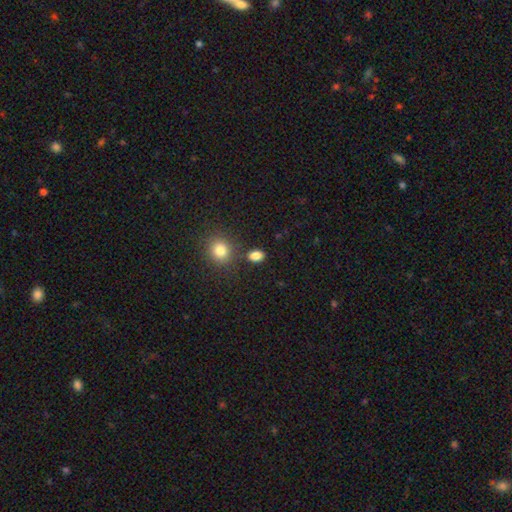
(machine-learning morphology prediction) Smooth or featured: smooth — 84% (star or artifact — 11%)
How rounded: in between — 74% (round — 24%)
Merging: none — 78% (minor disturbance — 11%)